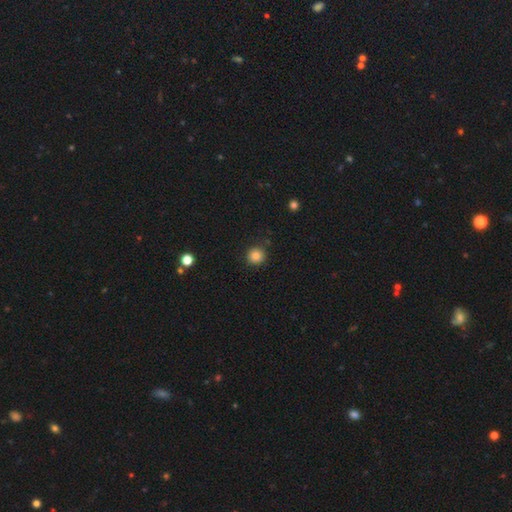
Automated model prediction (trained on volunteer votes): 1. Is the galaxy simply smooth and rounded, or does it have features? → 83% smooth, 11% star or artifact, 6% featured or disk.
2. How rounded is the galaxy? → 93% round, 6% in between, 1% cigar-shaped.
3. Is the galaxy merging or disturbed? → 88% none, 8% minor disturbance, 2% major disturbance, 2% merger.